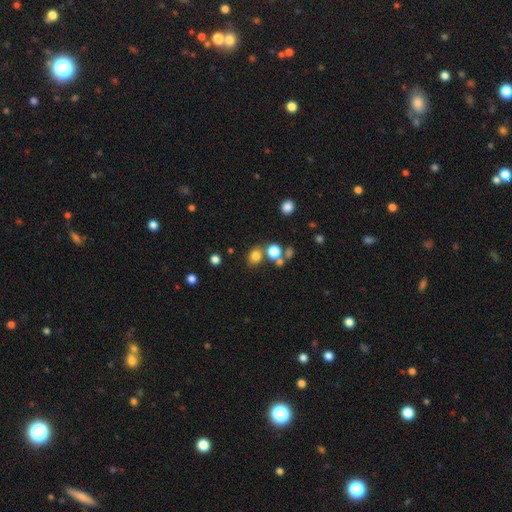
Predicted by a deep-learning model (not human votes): Smooth or featured? Predicted: smooth (p=0.78). How rounded? Predicted: round (p=0.69). Merging? Predicted: none (p=0.69).